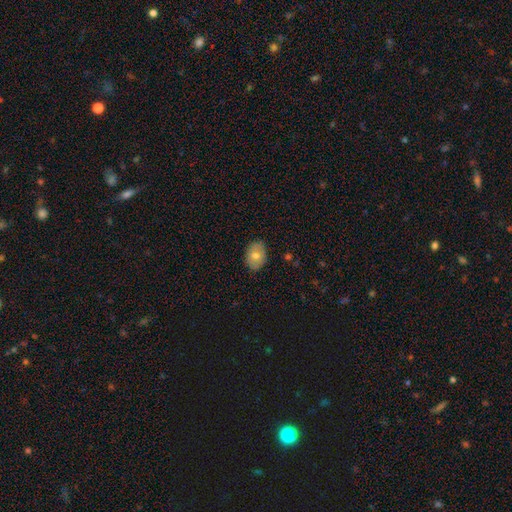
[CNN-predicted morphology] smooth 75%, featured or disk 18%, star or artifact 7%. Down the decision tree: how rounded — in between (73%); merging — none (86%).